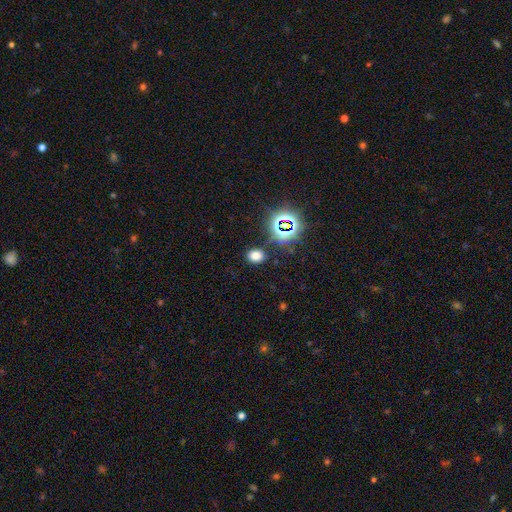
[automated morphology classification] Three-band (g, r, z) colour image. It shows a smooth galaxy with no disk features (69%) that is in between round and cigar-shaped (58%). Merging: none (84%).